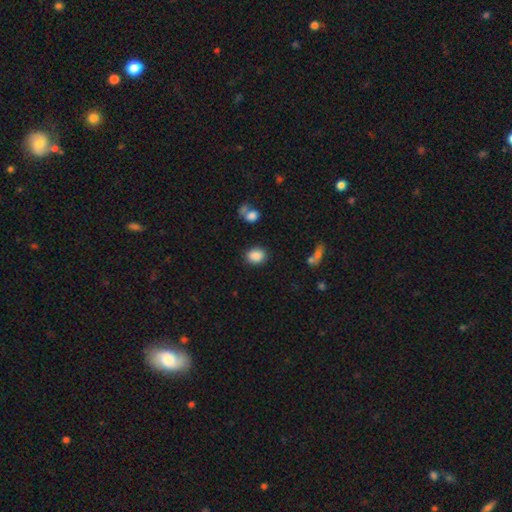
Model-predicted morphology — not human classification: A smooth galaxy with no disk features (87%) that is in between round and cigar-shaped (55%).

Vote fractions:
- Smooth or featured? smooth: 87% / star or artifact: 9% / featured or disk: 4%
- How rounded? in between: 55% / round: 44% / cigar-shaped: 1%
- Merging? none: 84% / minor disturbance: 9% / major disturbance: 3% / merger: 3%